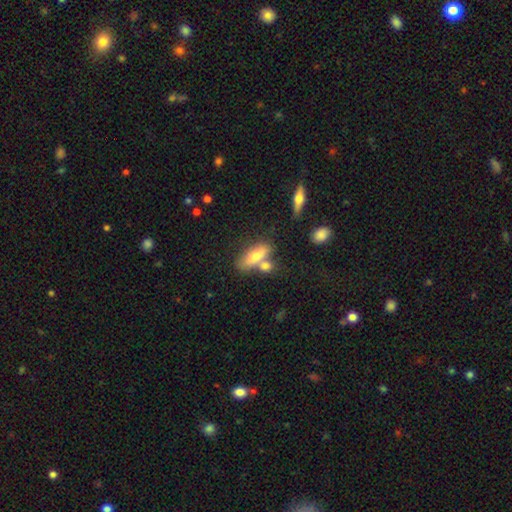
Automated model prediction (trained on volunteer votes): Q: Smooth or featured?
A: smooth (65%); runner-up: featured or disk (28%)
Q: How rounded?
A: in between (63%); runner-up: cigar-shaped (33%)
Q: Merging?
A: none (48%); runner-up: merger (34%)